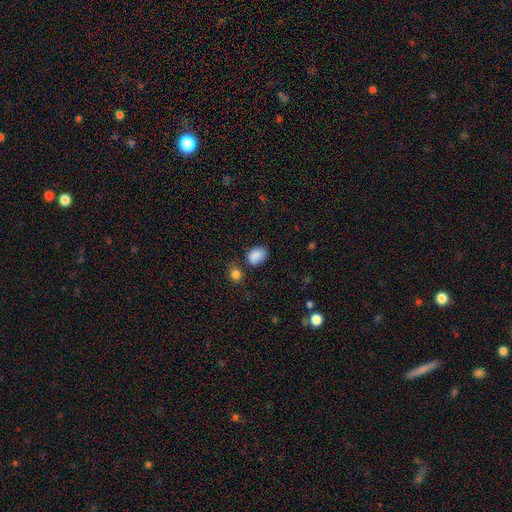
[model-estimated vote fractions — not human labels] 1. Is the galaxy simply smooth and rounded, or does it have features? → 86% smooth, 9% star or artifact, 4% featured or disk.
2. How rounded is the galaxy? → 74% in between, 25% round, 1% cigar-shaped.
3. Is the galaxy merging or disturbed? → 64% none, 23% minor disturbance, 8% merger, 6% major disturbance.